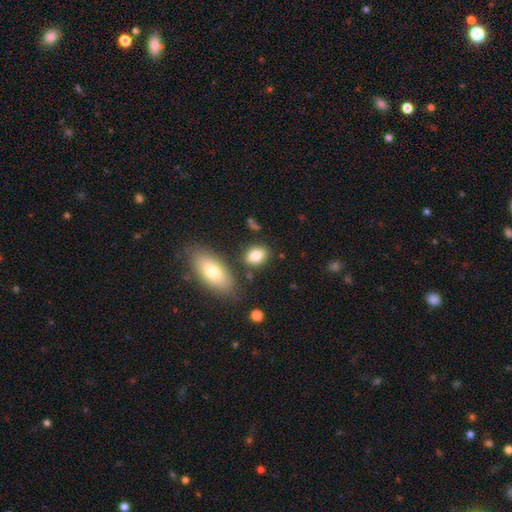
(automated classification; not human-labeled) Smooth or featured? Predicted: smooth (p=0.82). How rounded? Predicted: in between (p=0.75). Merging? Predicted: none (p=0.76).